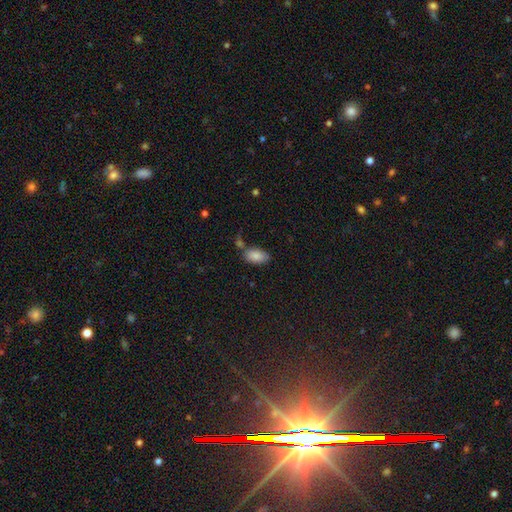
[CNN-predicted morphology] Overall: smooth (86%). How rounded: in between (94%). Merging: none (66%).